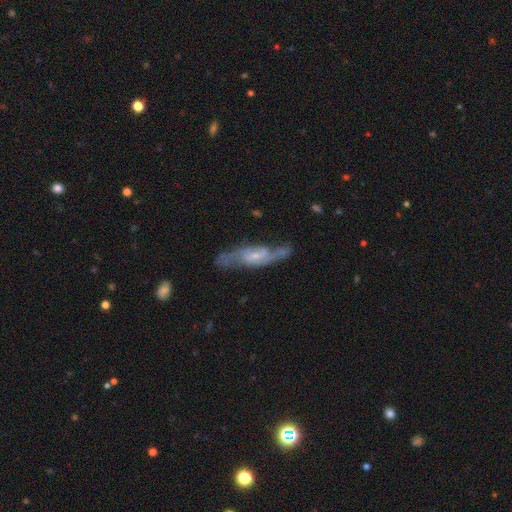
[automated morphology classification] A featured or disk galaxy (76%) with no bar (46%), 2 (79%) medium (45%) spiral arms (89%) and a small central bulge (62%). Merging: none (68%).